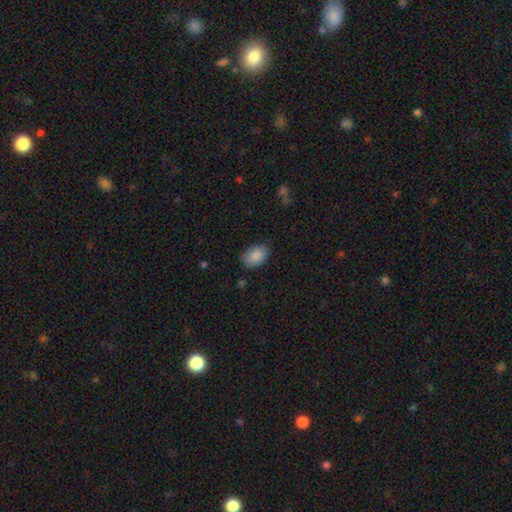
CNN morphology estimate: smooth_or_featured: smooth (p=0.88) [alt: star or artifact p=0.07]
how_rounded: in between (p=0.84) [alt: round p=0.15]
merging: none (p=0.76) [alt: minor disturbance p=0.19]